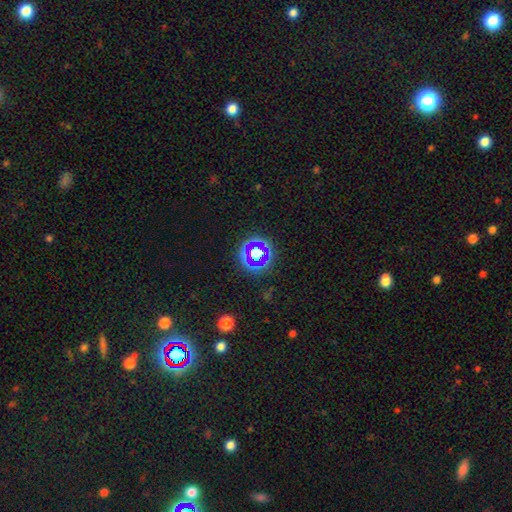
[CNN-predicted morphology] smooth-or-featured: star or artifact: 54% | smooth: 31% | featured or disk: 15%